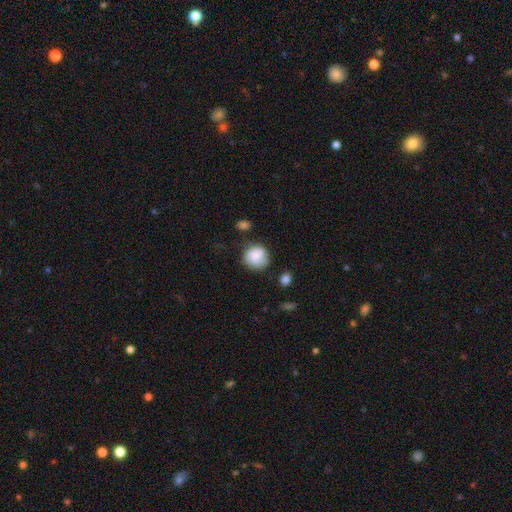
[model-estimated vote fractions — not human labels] Overall: smooth (80%). How rounded: round (85%). Merging: none (64%).